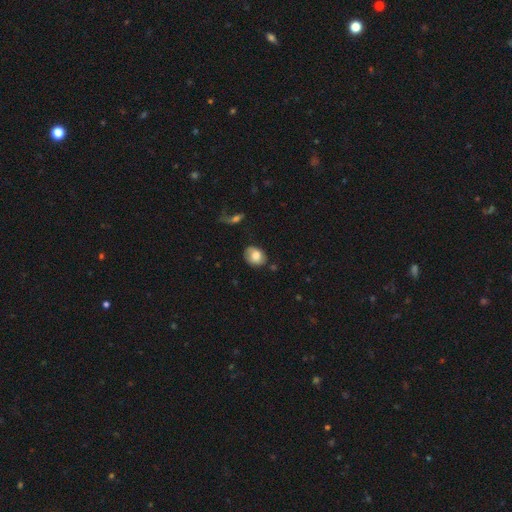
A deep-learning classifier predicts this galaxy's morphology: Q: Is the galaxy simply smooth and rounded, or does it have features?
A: smooth — 75%.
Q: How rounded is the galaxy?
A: in between — 56%.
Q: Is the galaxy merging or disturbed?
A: none — 67%.